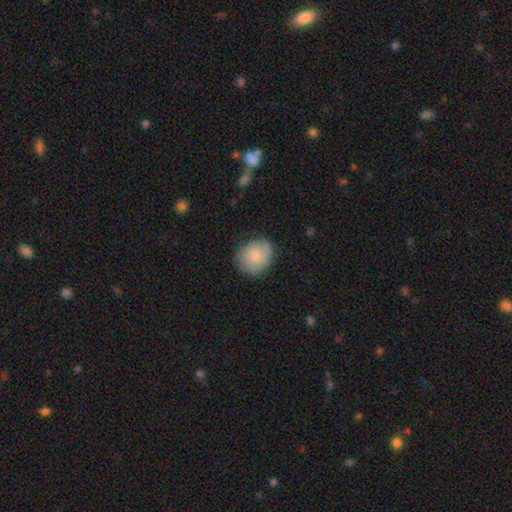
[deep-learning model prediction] A smooth galaxy with no disk features (75%) that is round (69%). Merging: none (74%).